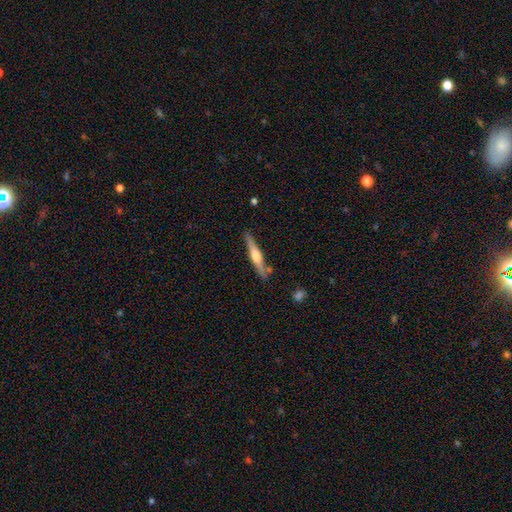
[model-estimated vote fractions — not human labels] smooth-or-featured: featured or disk: 66% | smooth: 29% | star or artifact: 5%
  disk-edge-on: yes: 97% | no: 3%
    edge-on-bulge: rounded: 84% | boxy: 11% | none: 5%
  merging: none: 83% | minor disturbance: 11% | merger: 4% | major disturbance: 2%